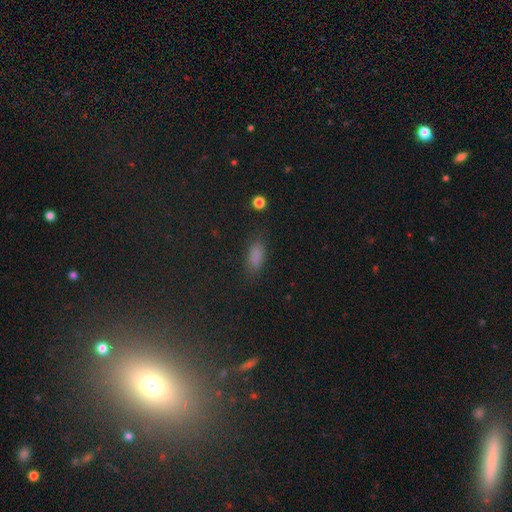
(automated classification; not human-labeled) Morphology: type=smooth (79%); roundness=in between (80%); merging=none (76%).